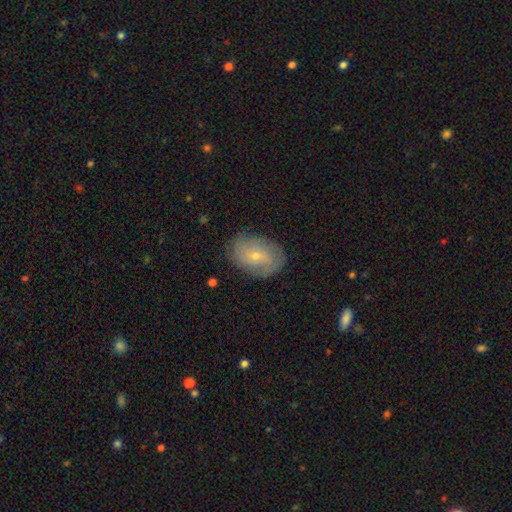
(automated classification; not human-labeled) smooth-or-featured: smooth: 46% (tied) | featured or disk: 46% (tied) | star or artifact: 8%
  merging: none: 78% | minor disturbance: 16% | major disturbance: 5% | merger: 1%